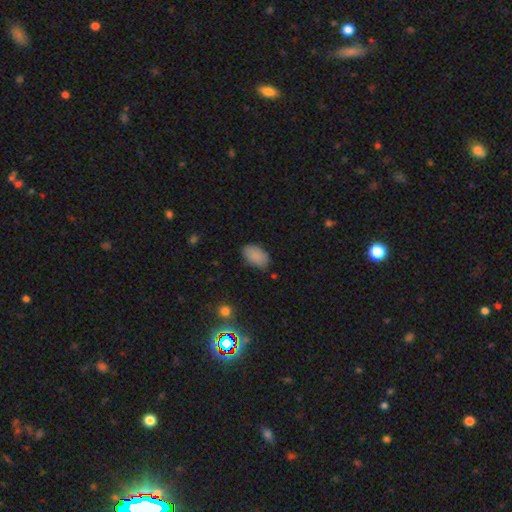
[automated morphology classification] Smooth or featured? Predicted: smooth (p=0.87). How rounded? Predicted: in between (p=0.93). Merging? Predicted: none (p=0.77).